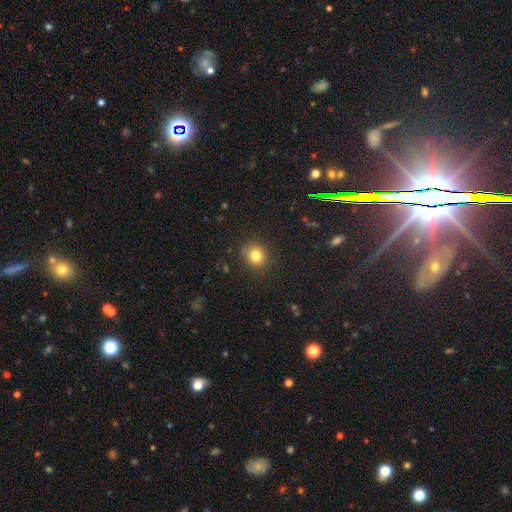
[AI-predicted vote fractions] This is clearly a smooth galaxy (80%). How rounded: clearly round (84%). Merging: clearly none (86%).